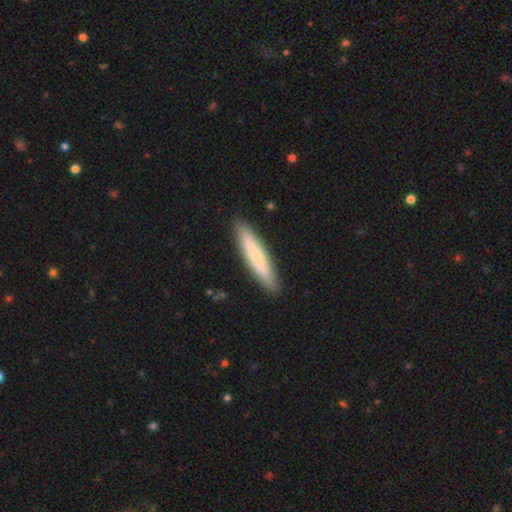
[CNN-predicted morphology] Smooth or featured? smooth (68%)
How rounded? cigar-shaped (90%)
Merging? none (90%)